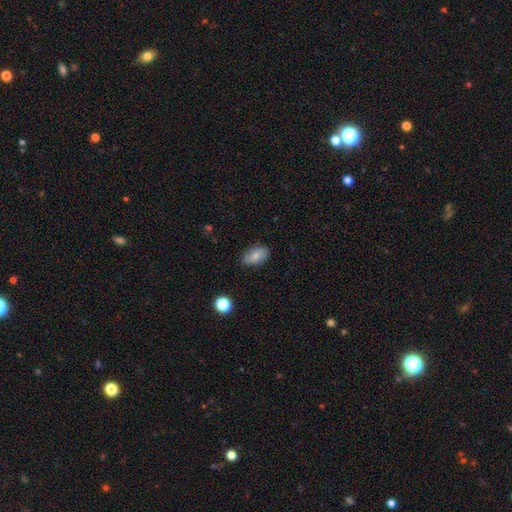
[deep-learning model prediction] A smooth galaxy with no disk features (78%) that is in between round and cigar-shaped (91%).

Vote fractions:
- Smooth or featured? smooth: 78% / featured or disk: 15% / star or artifact: 8%
- How rounded? in between: 91% / round: 6% / cigar-shaped: 2%
- Merging? none: 78% / minor disturbance: 18% / major disturbance: 3% / merger: 1%